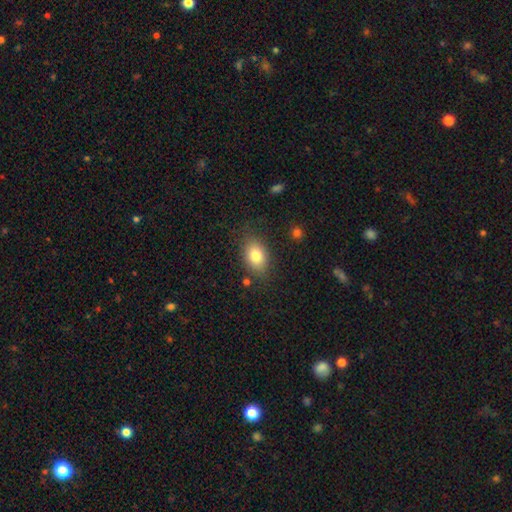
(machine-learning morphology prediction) Smooth or featured?
  - smooth: 81% *
  - featured or disk: 11%
  - star or artifact: 8%
How rounded?
  - in between: 83% *
  - round: 15%
  - cigar-shaped: 2%
Merging?
  - none: 77% *
  - minor disturbance: 15%
  - major disturbance: 5%
  - merger: 2%